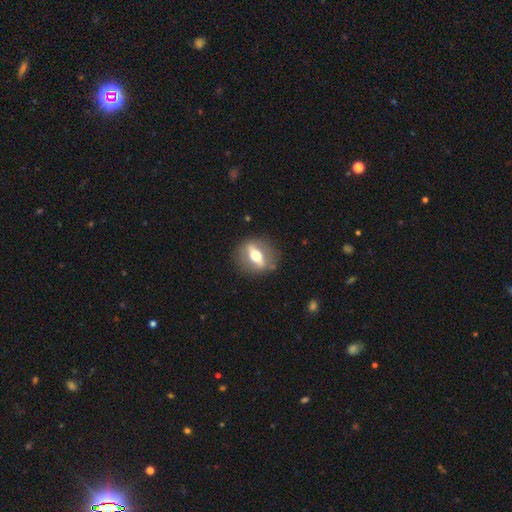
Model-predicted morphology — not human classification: Smooth or featured? featured or disk (64%)
Edge-on disk? yes (54%)
Merging? none (84%)